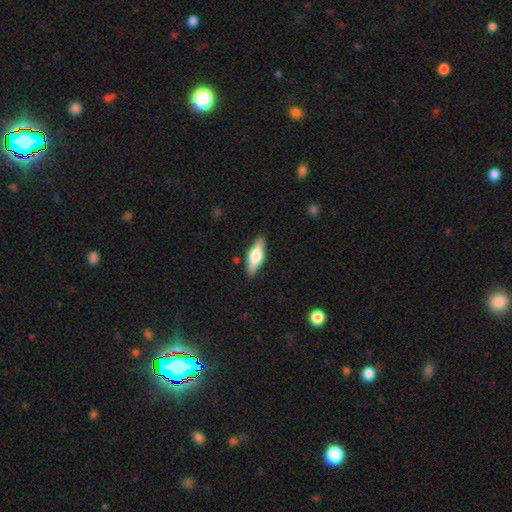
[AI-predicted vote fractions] Smooth or featured? Predicted: smooth (p=0.51). How rounded? Predicted: in between (p=0.60). Merging? Predicted: none (p=0.87).